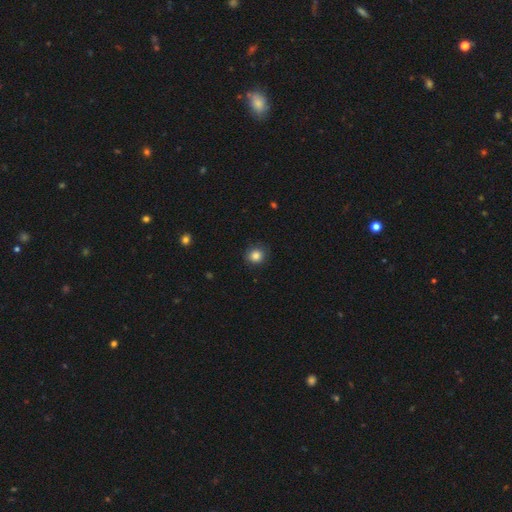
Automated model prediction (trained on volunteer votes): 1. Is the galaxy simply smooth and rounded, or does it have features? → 85% smooth, 10% star or artifact, 5% featured or disk.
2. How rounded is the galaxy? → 87% round, 12% in between, 1% cigar-shaped.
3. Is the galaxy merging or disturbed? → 86% none, 11% minor disturbance, 3% major disturbance, 1% merger.